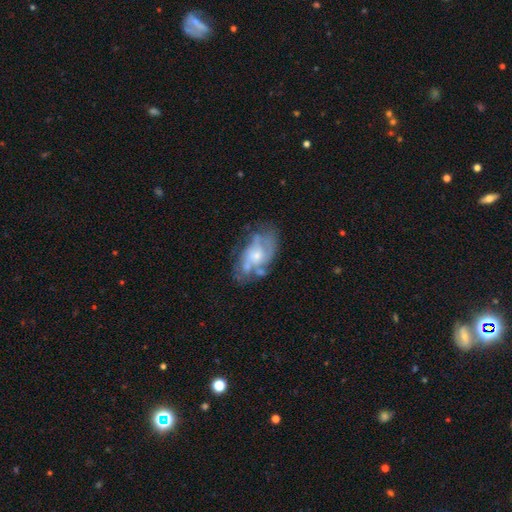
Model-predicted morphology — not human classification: featured or disk 71%, smooth 21%, star or artifact 7%. Down the decision tree: edge-on disk — no (96%); bar — no (74%); spiral arms — yes (71%); bulge size — small (51%); merging — none (48%).